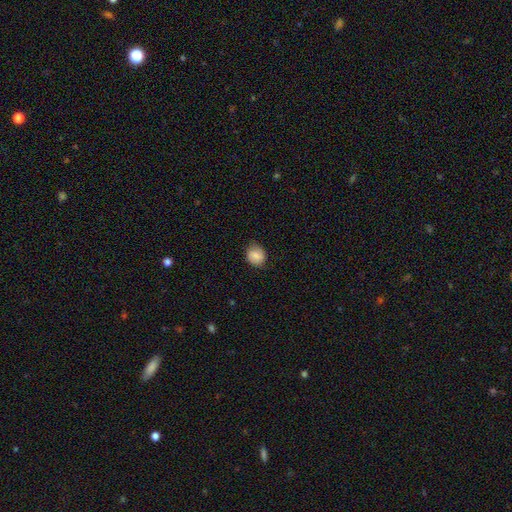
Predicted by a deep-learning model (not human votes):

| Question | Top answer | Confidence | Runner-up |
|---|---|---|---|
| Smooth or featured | smooth | 82% | featured or disk (10%) |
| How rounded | round | 71% | in between (28%) |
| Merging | none | 80% | minor disturbance (16%) |